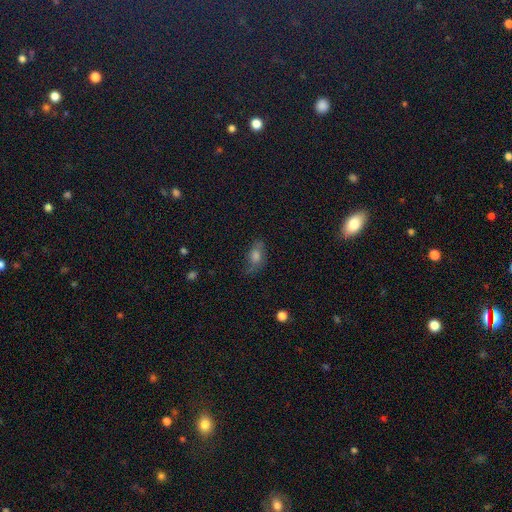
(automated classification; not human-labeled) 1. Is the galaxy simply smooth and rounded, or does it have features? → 57% smooth, 24% featured or disk, 19% star or artifact.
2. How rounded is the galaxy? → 77% in between, 17% round, 6% cigar-shaped.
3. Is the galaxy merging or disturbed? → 63% none, 25% minor disturbance, 10% major disturbance, 2% merger.